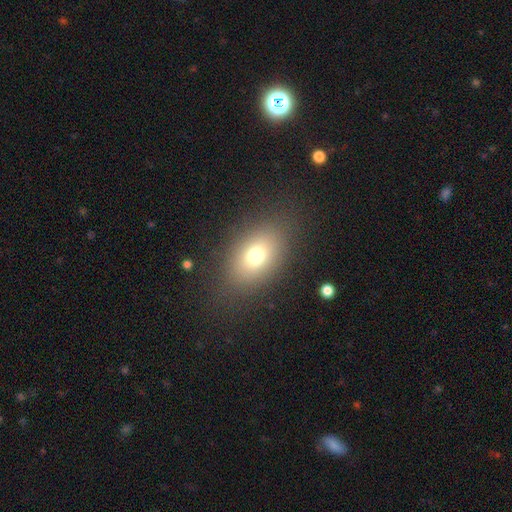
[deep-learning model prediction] Q: Smooth or featured?
A: smooth (72%); runner-up: featured or disk (15%)
Q: How rounded?
A: in between (79%); runner-up: round (19%)
Q: Merging?
A: none (81%); runner-up: minor disturbance (11%)